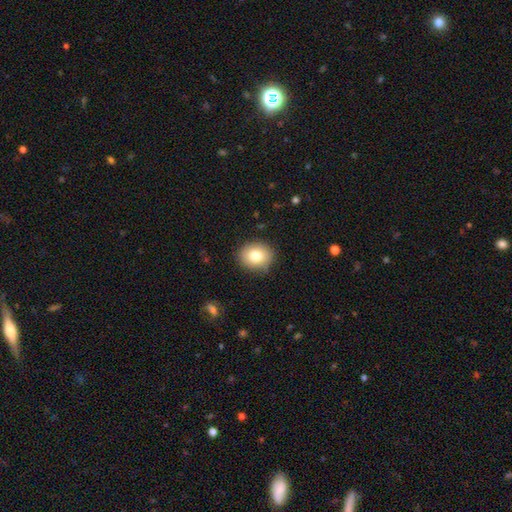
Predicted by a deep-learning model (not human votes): Smooth or featured?
  - smooth: 79% *
  - featured or disk: 11%
  - star or artifact: 9%
How rounded?
  - round: 66% *
  - in between: 34%
  - cigar-shaped: 1%
Merging?
  - none: 86% *
  - minor disturbance: 10%
  - major disturbance: 2%
  - merger: 1%